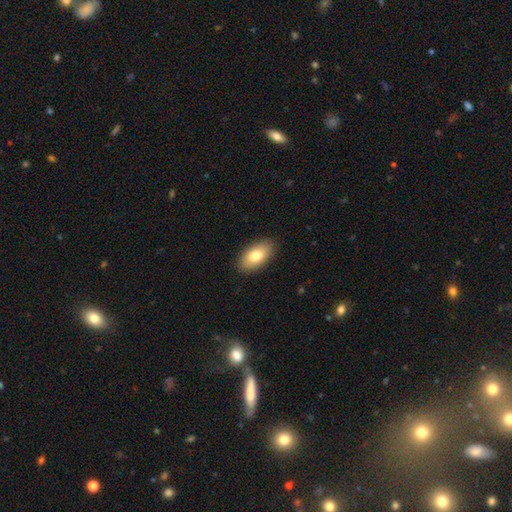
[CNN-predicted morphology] A smooth galaxy with no disk features (79%) that is in between round and cigar-shaped (93%). Merging: none (89%).